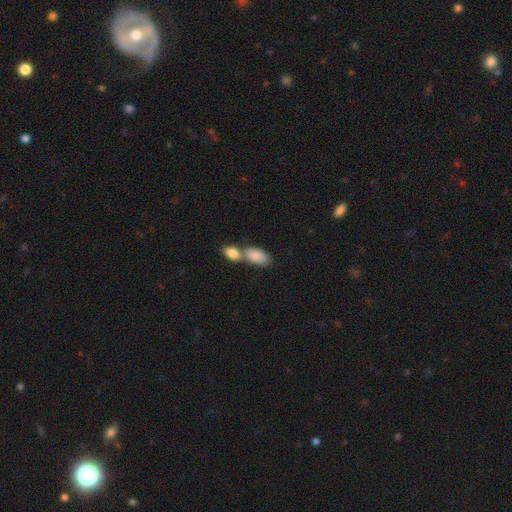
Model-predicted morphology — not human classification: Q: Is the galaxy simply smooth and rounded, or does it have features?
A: smooth — 86%.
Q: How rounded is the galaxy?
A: in between — 93%.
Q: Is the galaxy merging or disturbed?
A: merger — 58%.